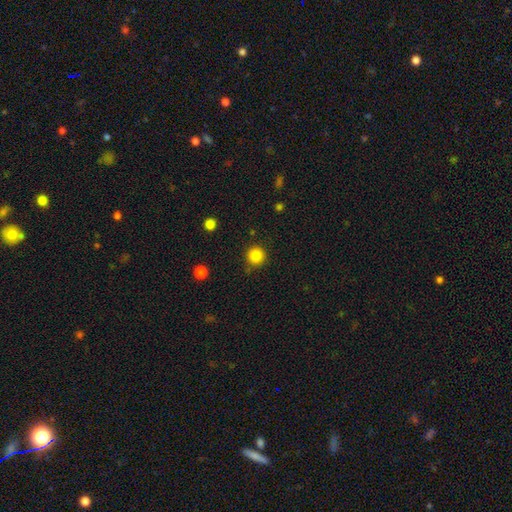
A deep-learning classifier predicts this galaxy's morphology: smooth-or-featured: smooth: 85% | star or artifact: 11% | featured or disk: 4%
  how-rounded: round: 94% | in between: 5% | cigar-shaped: 1%
  merging: none: 85% | minor disturbance: 9% | merger: 3% | major disturbance: 3%